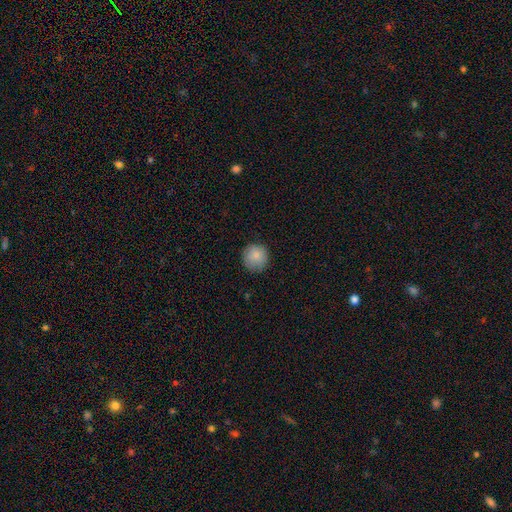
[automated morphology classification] Q: Smooth or featured?
A: smooth (86%); runner-up: star or artifact (8%)
Q: How rounded?
A: round (94%); runner-up: in between (6%)
Q: Merging?
A: none (85%); runner-up: minor disturbance (12%)